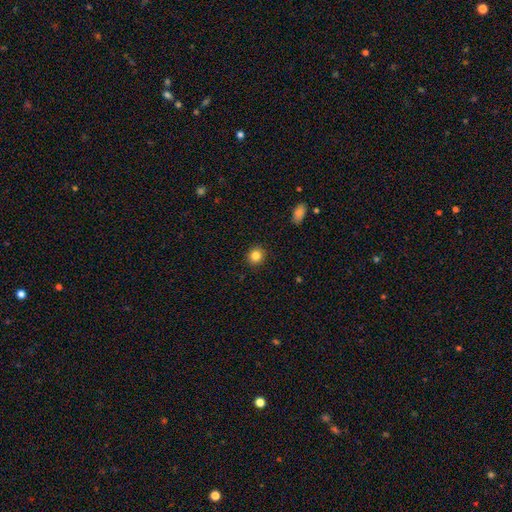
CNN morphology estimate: smooth-or-featured: smooth: 84% | star or artifact: 10% | featured or disk: 5%
  how-rounded: round: 84% | in between: 15% | cigar-shaped: 1%
  merging: none: 90% | minor disturbance: 7% | major disturbance: 2% | merger: 1%